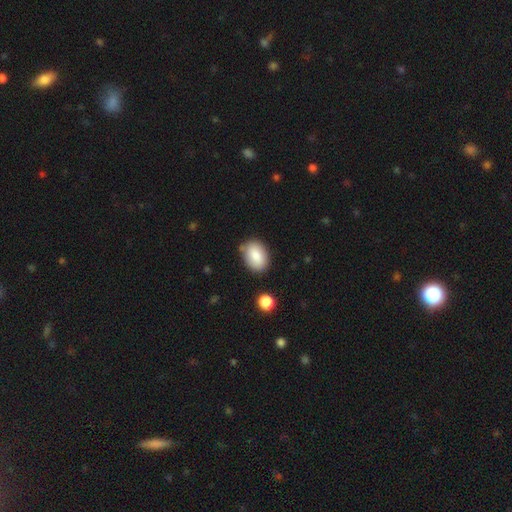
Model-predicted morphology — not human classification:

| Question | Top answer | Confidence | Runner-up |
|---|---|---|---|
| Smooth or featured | smooth | 85% | featured or disk (8%) |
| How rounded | in between | 85% | round (14%) |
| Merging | none | 77% | minor disturbance (15%) |